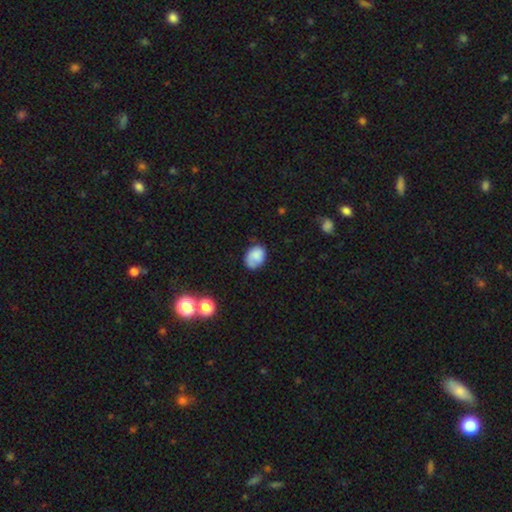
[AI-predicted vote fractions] smooth 77%, featured or disk 14%, star or artifact 9%. Down the decision tree: how rounded — in between (68%); merging — none (61%).